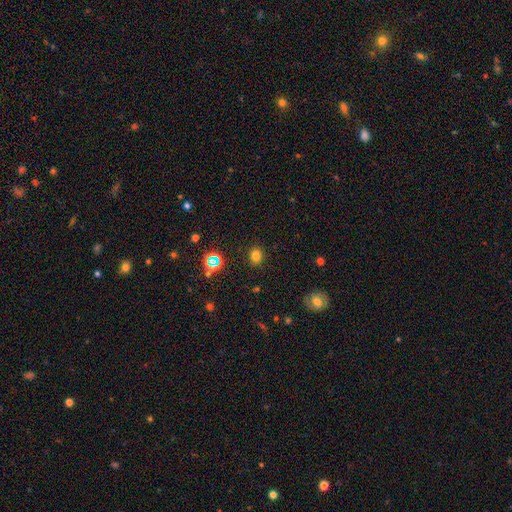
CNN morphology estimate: This is likely a smooth galaxy (75%). How rounded: likely round (63%). Merging: clearly none (88%).